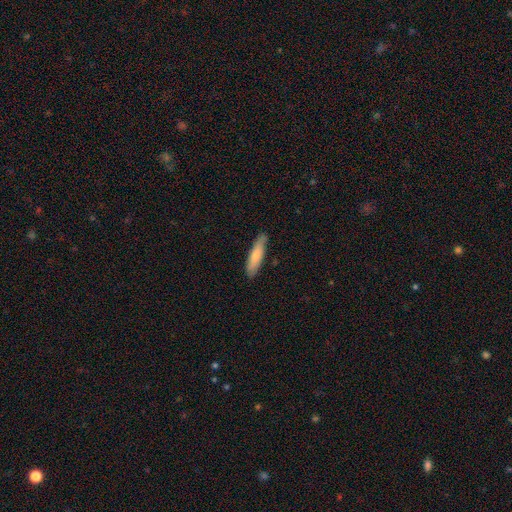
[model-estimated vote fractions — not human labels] Smooth or featured? Predicted: smooth (p=0.74). How rounded? Predicted: cigar-shaped (p=0.77). Merging? Predicted: none (p=0.84).